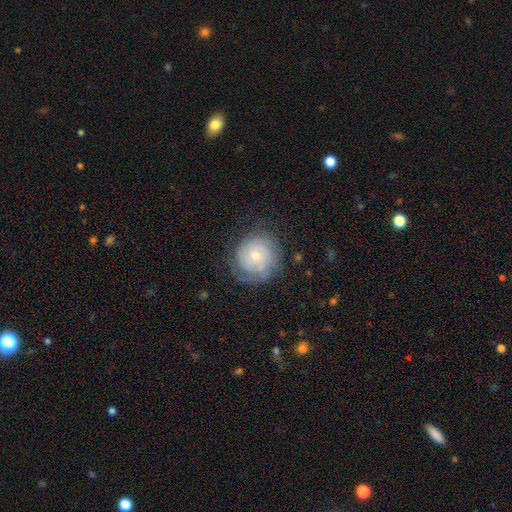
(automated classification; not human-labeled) Q: Smooth or featured?
A: featured or disk (55%); runner-up: smooth (36%)
Q: Edge-on disk?
A: no (97%); runner-up: yes (3%)
Q: Bar?
A: no (82%); runner-up: weak (16%)
Q: Spiral arms?
A: yes (81%); runner-up: no (19%)
Q: Bulge size?
A: small (63%); runner-up: moderate (32%)
Q: Merging?
A: none (72%); runner-up: minor disturbance (18%)